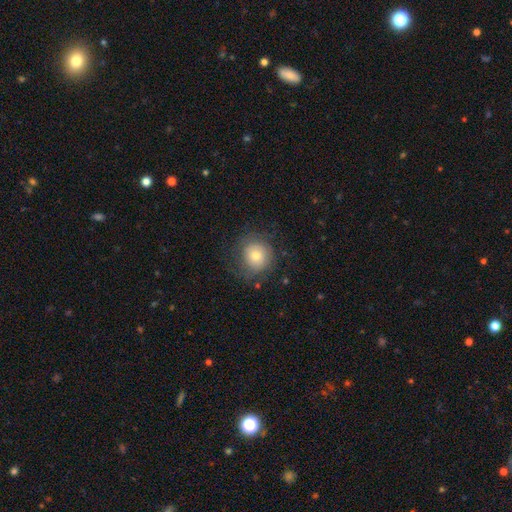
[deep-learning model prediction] smooth 67%, featured or disk 23%, star or artifact 10%. Down the decision tree: how rounded — round (88%); merging — none (71%).